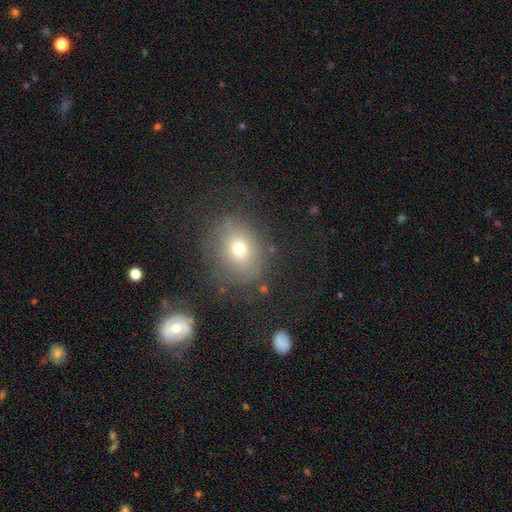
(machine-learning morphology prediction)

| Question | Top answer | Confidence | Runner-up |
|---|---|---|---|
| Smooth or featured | smooth | 64% | star or artifact (19%) |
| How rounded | round | 58% | in between (41%) |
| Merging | none | 74% | minor disturbance (14%) |